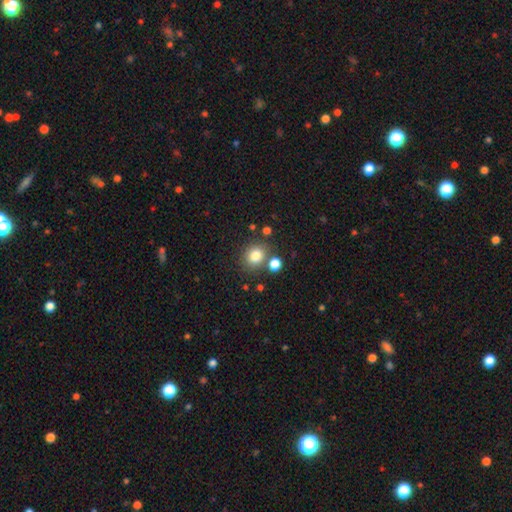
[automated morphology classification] Q: Smooth or featured?
A: smooth (81%); runner-up: star or artifact (12%)
Q: How rounded?
A: round (74%); runner-up: in between (25%)
Q: Merging?
A: none (74%); runner-up: merger (12%)